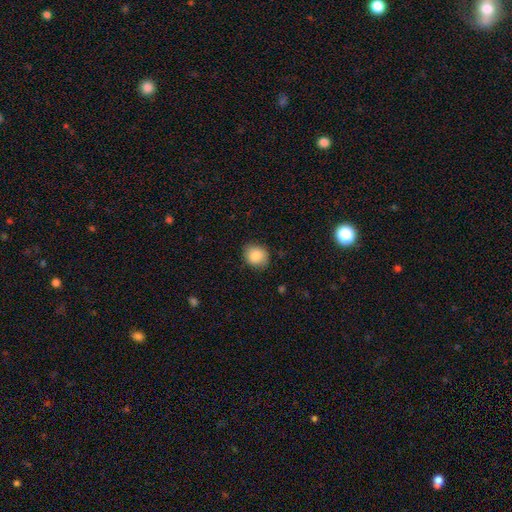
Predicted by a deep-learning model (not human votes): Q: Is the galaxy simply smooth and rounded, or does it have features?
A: smooth — 86%.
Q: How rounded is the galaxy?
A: round — 66%.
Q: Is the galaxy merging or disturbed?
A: none — 83%.